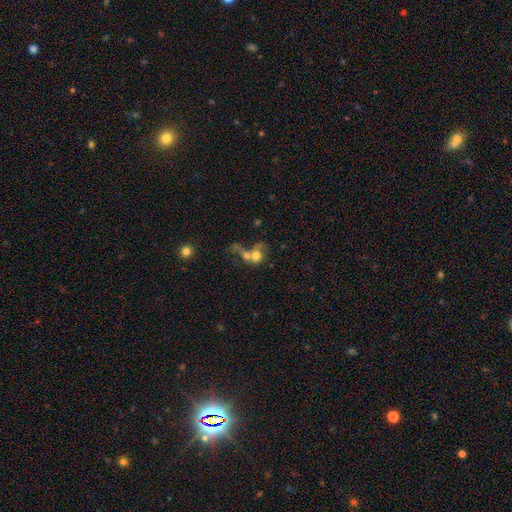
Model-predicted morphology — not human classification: smooth 58%, featured or disk 30%, star or artifact 12%. Down the decision tree: how rounded — round (63%); merging — merger (63%).